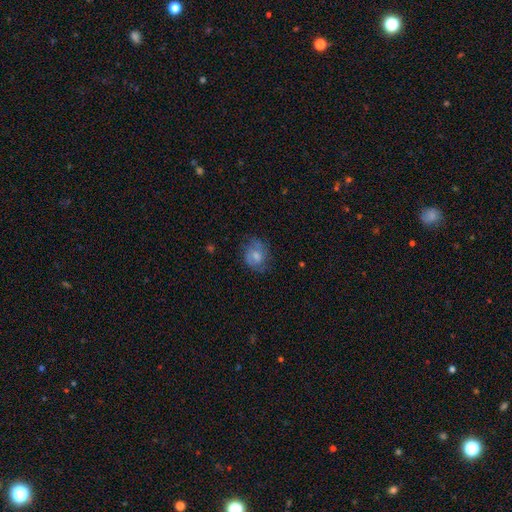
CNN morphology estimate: smooth_or_featured: smooth (p=0.57) [alt: featured or disk p=0.35]
how_rounded: round (p=0.59) [alt: in between p=0.40]
merging: none (p=0.60) [alt: minor disturbance p=0.26]